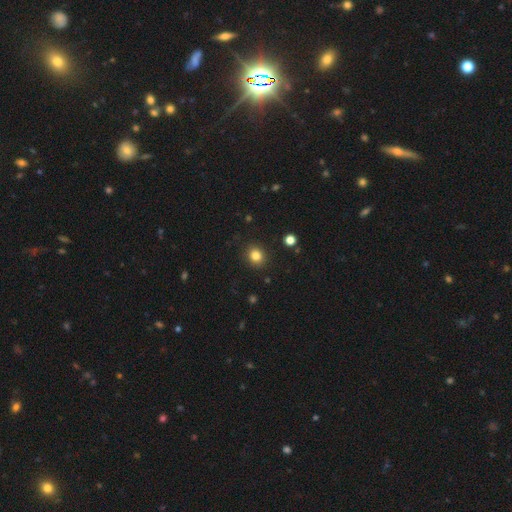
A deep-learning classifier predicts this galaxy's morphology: Smooth or featured? Predicted: smooth (p=0.83). How rounded? Predicted: round (p=0.76). Merging? Predicted: none (p=0.90).